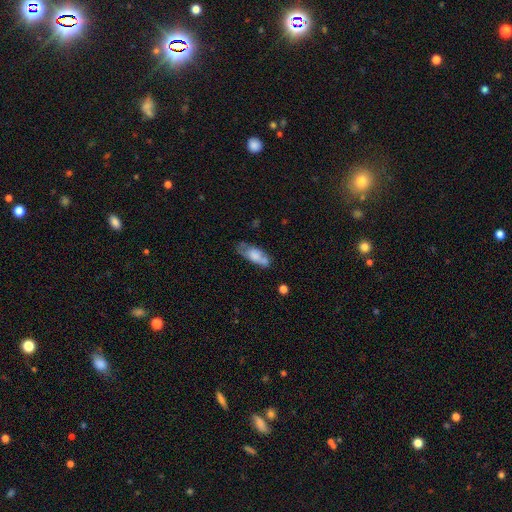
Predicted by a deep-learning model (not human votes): Smooth or featured? smooth (64%)
How rounded? in between (74%)
Merging? none (44%)